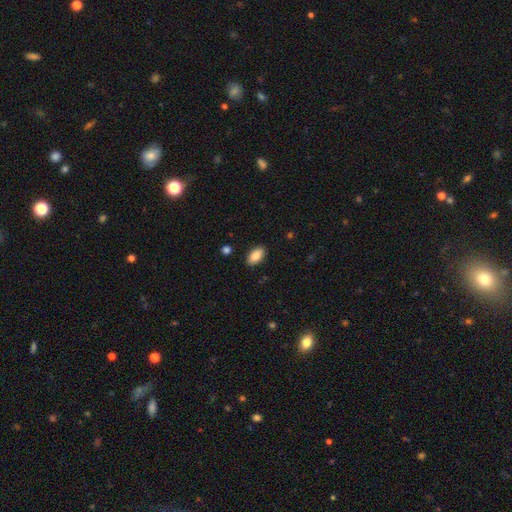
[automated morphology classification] This appears to be a smooth galaxy with no disk features (88%) that is in between round and cigar-shaped (94%). Merging: none (89%).